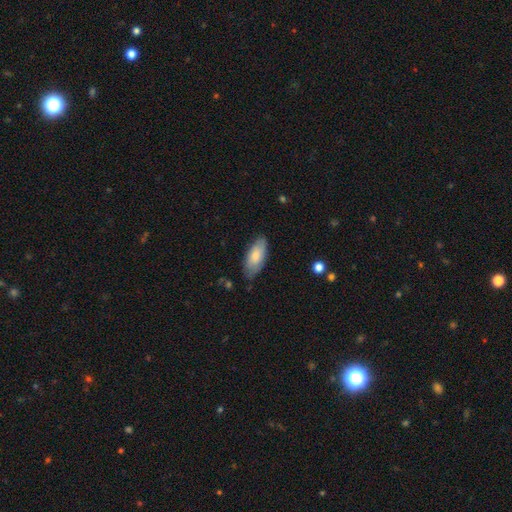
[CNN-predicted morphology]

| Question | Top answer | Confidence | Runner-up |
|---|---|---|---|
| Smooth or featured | smooth | 75% | featured or disk (19%) |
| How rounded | in between | 87% | cigar-shaped (11%) |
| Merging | none | 76% | minor disturbance (19%) |